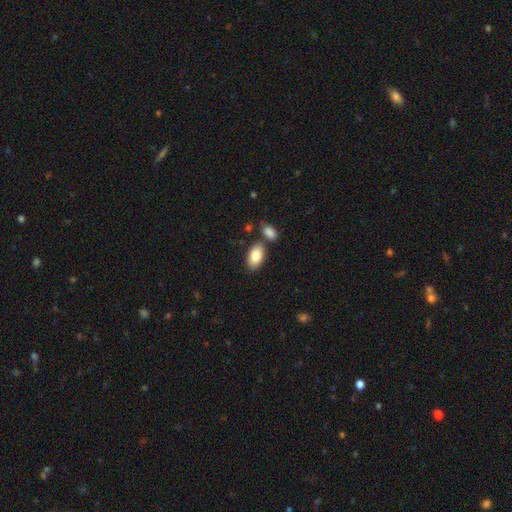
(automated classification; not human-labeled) Overall: smooth (84%). How rounded: in between (94%). Merging: none (73%).